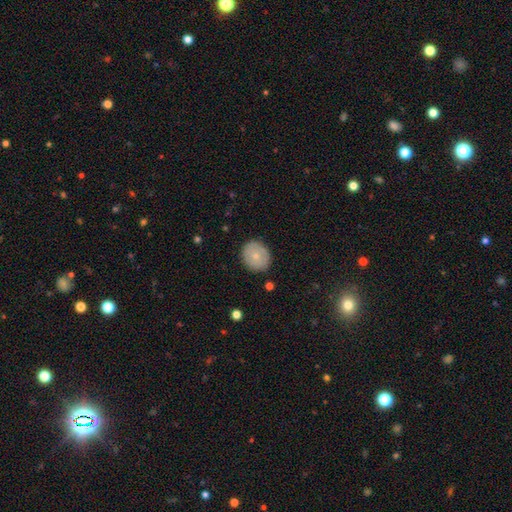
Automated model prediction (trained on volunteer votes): This is likely a smooth galaxy (70%). How rounded: likely round (72%). Merging: clearly none (85%).